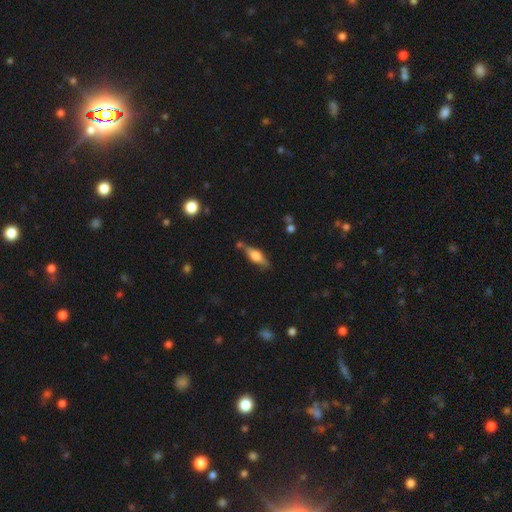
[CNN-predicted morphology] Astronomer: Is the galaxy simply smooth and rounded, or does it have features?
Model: featured or disk — 58% (runner-up: smooth, 34%).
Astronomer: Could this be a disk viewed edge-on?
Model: yes — 92%.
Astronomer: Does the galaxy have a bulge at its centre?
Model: rounded — 85%.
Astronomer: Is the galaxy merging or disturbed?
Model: none — 74%.